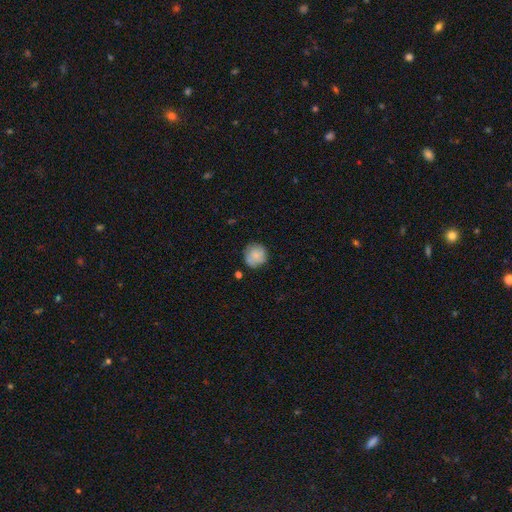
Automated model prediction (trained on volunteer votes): This appears to be a smooth galaxy with no disk features (73%) that is round (88%). Merging: none (74%).